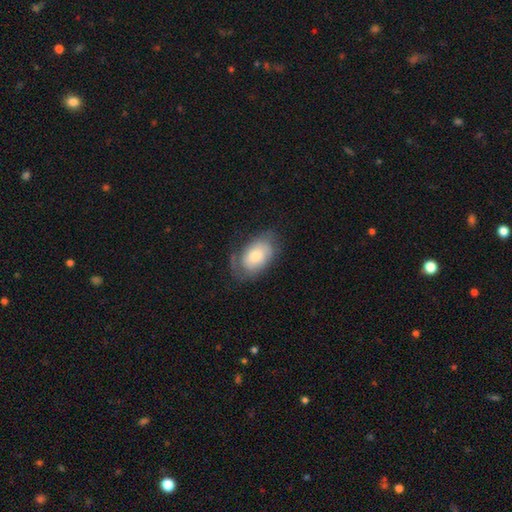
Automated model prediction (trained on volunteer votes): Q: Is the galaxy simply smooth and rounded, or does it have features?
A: smooth — 60%.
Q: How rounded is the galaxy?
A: in between — 89%.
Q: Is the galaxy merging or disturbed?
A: none — 56%.